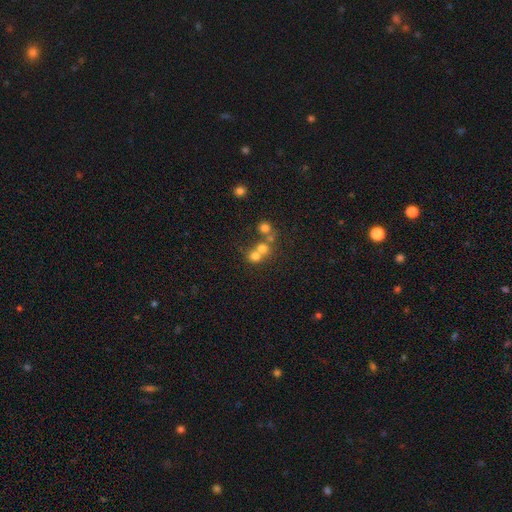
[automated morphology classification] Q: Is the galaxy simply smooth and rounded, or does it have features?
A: smooth — 66%.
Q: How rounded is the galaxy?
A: round — 81%.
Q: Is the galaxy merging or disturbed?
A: merger — 52%.